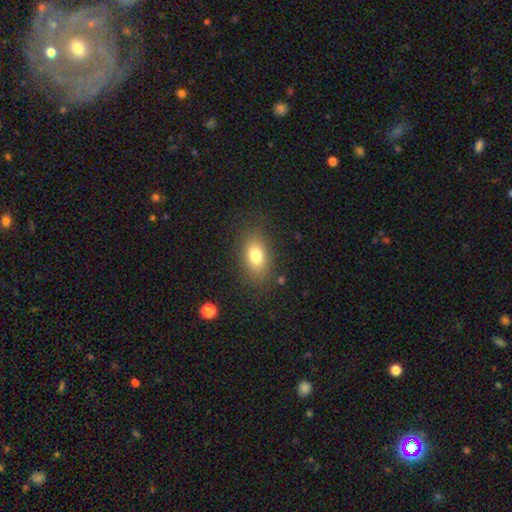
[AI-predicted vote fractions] Smooth or featured? Predicted: smooth (p=0.77). How rounded? Predicted: in between (p=0.83). Merging? Predicted: none (p=0.82).